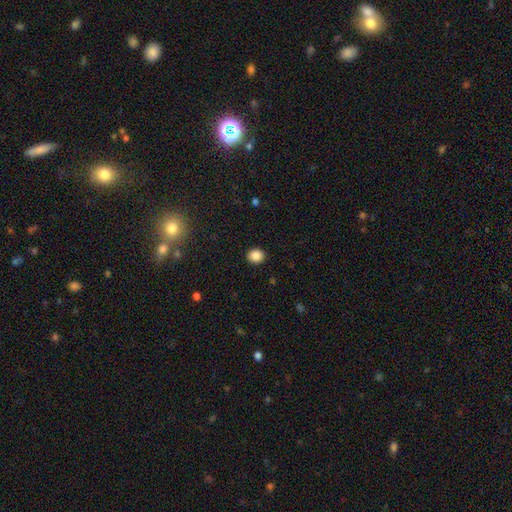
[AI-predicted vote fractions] smooth 87%, star or artifact 10%, featured or disk 3%. Down the decision tree: how rounded — round (75%); merging — none (91%).